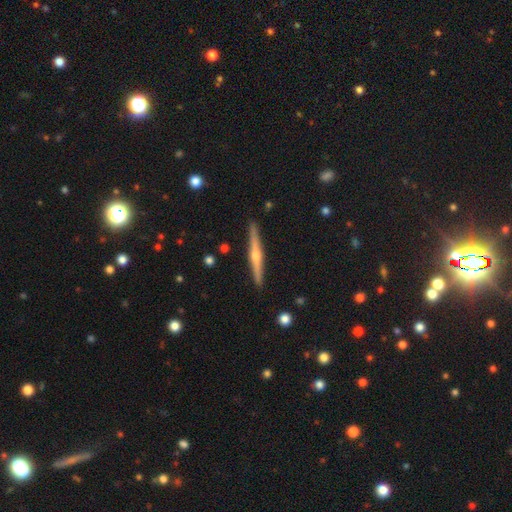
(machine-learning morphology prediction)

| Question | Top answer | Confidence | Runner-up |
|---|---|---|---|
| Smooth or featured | featured or disk | 76% | smooth (19%) |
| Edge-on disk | yes | 98% | no (2%) |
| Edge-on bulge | rounded | 90% | none (6%) |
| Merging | none | 91% | minor disturbance (6%) |